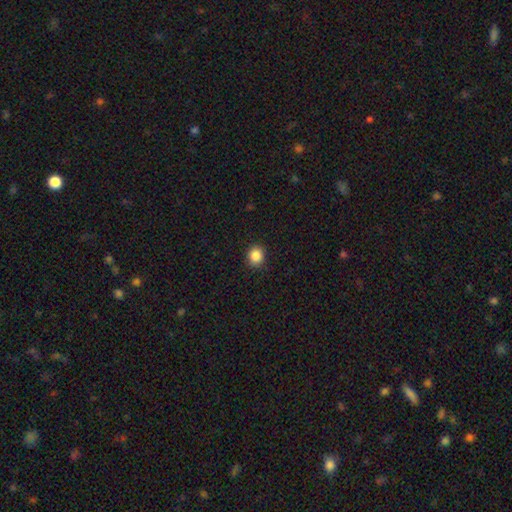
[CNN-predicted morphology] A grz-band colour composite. It shows a smooth galaxy with no disk features (87%) that is round (82%). Merging: none (91%).